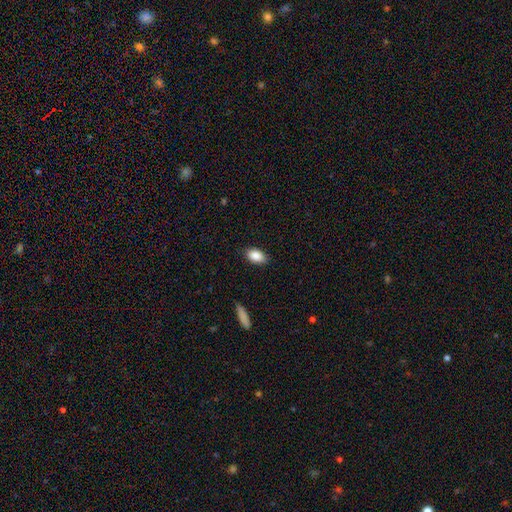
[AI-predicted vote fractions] A smooth galaxy with no disk features (87%) that is in between round and cigar-shaped (91%). Merging: none (86%).